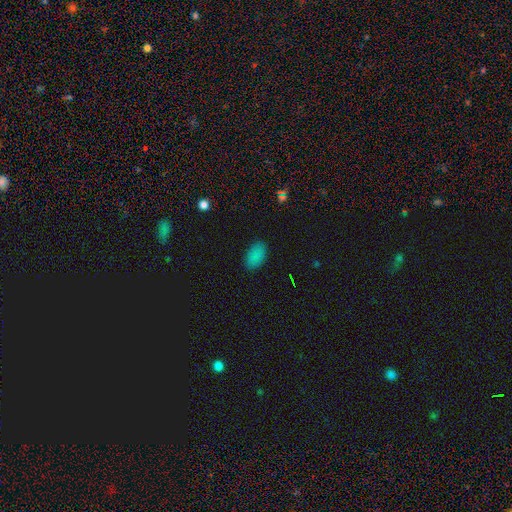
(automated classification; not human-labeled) smooth_or_featured: smooth (p=0.85) [alt: star or artifact p=0.11]
how_rounded: in between (p=0.93) [alt: round p=0.06]
merging: none (p=0.87) [alt: minor disturbance p=0.10]